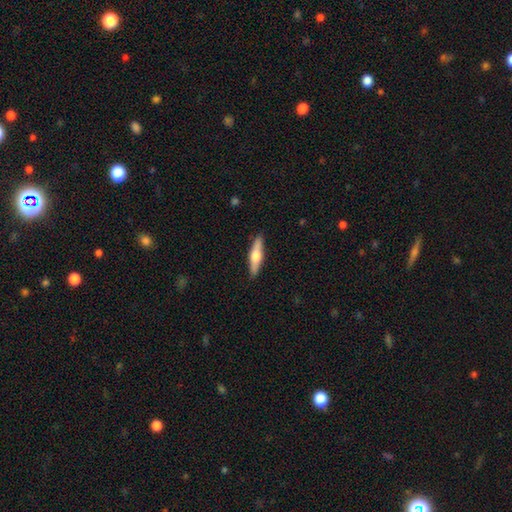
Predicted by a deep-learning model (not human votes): This appears to be a featured or disk galaxy (50%). Merging: none (89%).